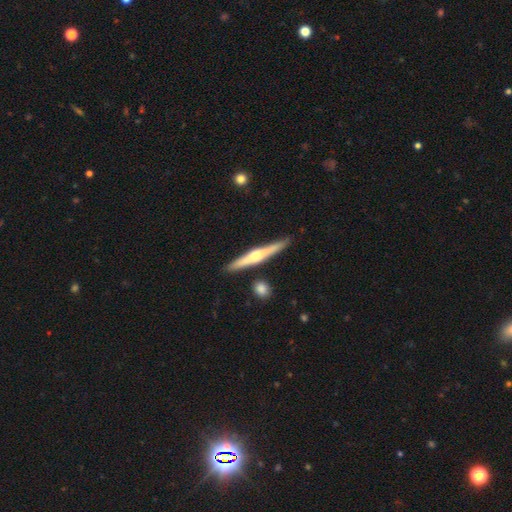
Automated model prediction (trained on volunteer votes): This appears to be a featured or disk galaxy (69%) viewed edge-on (98%) with a rounded central bulge (88%). Merging: none (87%).